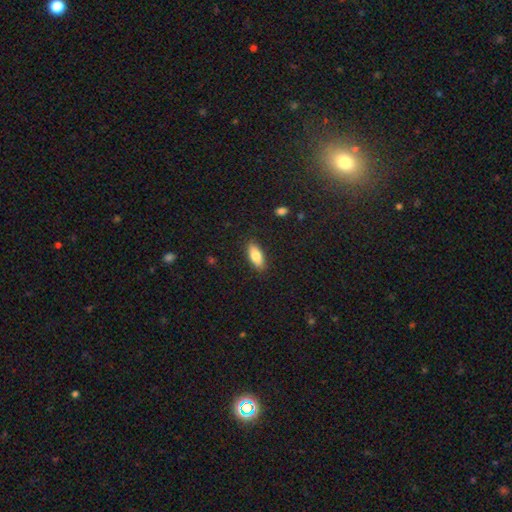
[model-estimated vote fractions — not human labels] This is clearly a smooth galaxy (82%). How rounded: likely in between (79%). Merging: clearly none (86%).